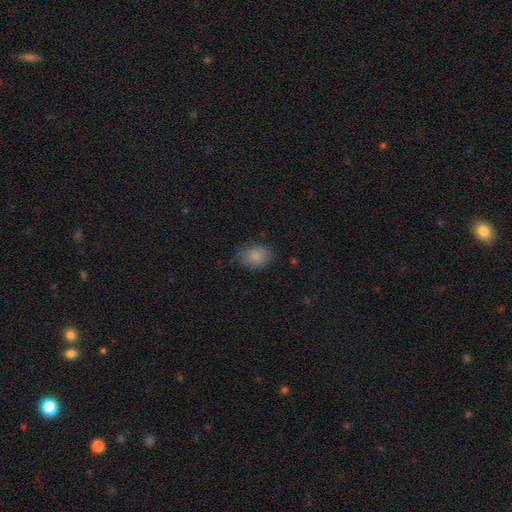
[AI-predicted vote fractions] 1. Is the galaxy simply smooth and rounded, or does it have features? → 83% smooth, 9% featured or disk, 8% star or artifact.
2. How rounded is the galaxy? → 79% in between, 19% round, 1% cigar-shaped.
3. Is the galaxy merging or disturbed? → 70% none, 23% minor disturbance, 6% major disturbance, 1% merger.